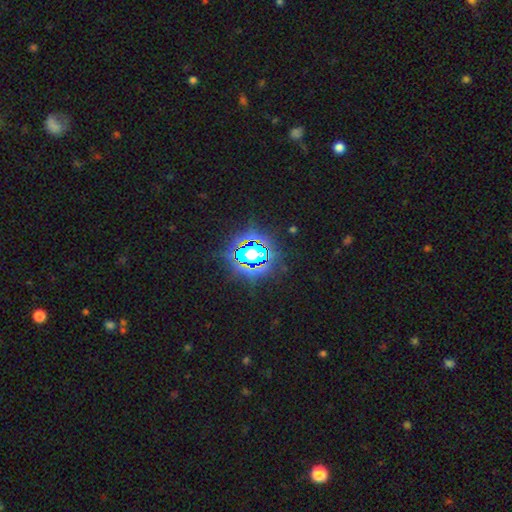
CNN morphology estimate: Smooth or featured? Predicted: star or artifact (p=0.80).